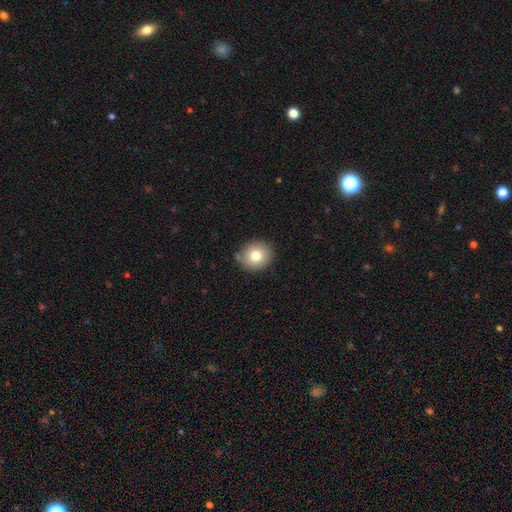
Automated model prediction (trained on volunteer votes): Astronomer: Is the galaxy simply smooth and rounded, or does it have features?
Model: smooth — 78%.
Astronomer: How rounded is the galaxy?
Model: round — 82%.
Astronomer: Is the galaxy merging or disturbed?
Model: none — 83%.